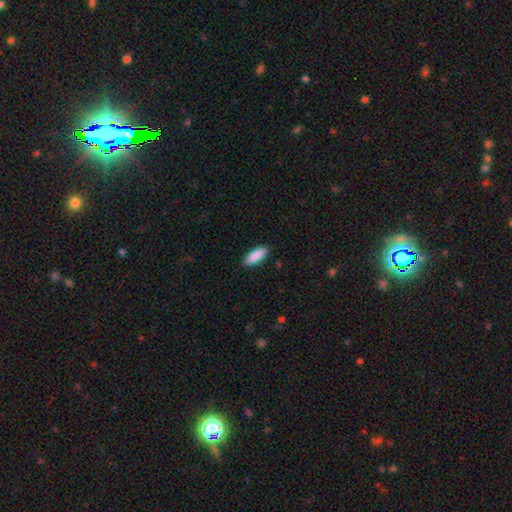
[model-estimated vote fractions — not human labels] Smooth or featured: smooth — 90% (star or artifact — 6%)
How rounded: in between — 65% (cigar-shaped — 34%)
Merging: none — 88% (minor disturbance — 9%)